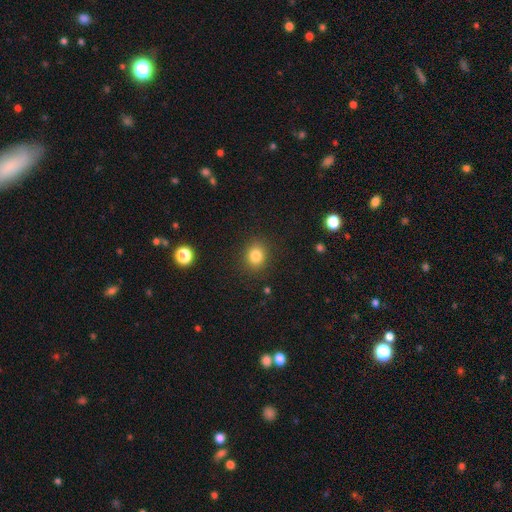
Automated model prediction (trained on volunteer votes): smooth_or_featured: smooth (p=0.82) [alt: star or artifact p=0.12]
how_rounded: round (p=0.68) [alt: in between p=0.31]
merging: none (p=0.88) [alt: minor disturbance p=0.08]